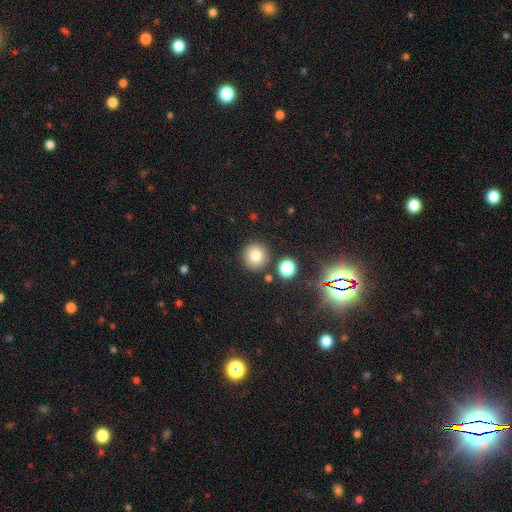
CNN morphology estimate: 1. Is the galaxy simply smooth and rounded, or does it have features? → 78% smooth, 13% star or artifact, 9% featured or disk.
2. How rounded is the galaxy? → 94% round, 5% in between, 1% cigar-shaped.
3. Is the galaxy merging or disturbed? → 85% none, 7% minor disturbance, 6% merger, 2% major disturbance.